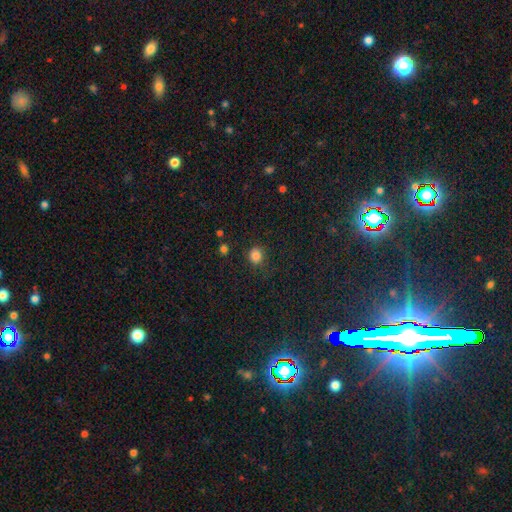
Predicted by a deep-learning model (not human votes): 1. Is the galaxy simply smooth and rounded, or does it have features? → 83% smooth, 13% star or artifact, 4% featured or disk.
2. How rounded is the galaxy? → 83% round, 16% in between, 1% cigar-shaped.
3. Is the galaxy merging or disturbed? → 81% none, 13% minor disturbance, 4% major disturbance, 2% merger.